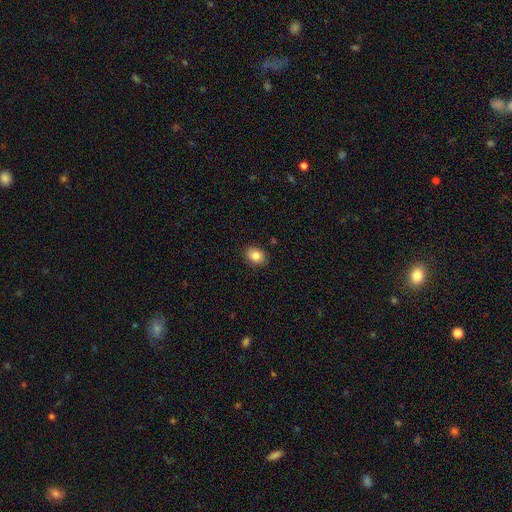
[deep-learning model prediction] Q: Smooth or featured?
A: smooth (84%); runner-up: star or artifact (9%)
Q: How rounded?
A: in between (65%); runner-up: round (34%)
Q: Merging?
A: none (89%); runner-up: minor disturbance (8%)